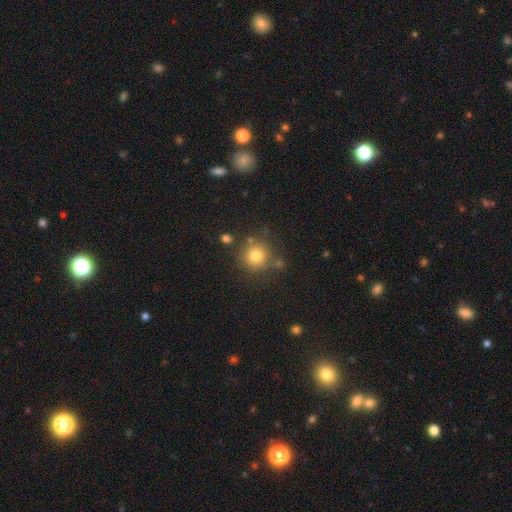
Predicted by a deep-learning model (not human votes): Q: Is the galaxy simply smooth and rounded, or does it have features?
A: smooth — 79%.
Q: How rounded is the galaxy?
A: round — 93%.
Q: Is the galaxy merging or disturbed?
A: none — 78%.